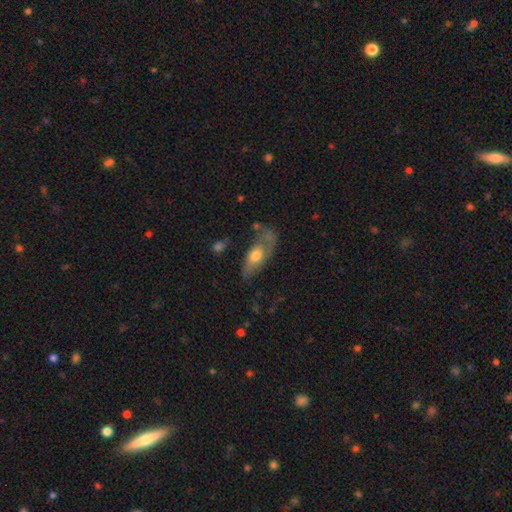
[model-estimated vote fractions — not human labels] Smooth or featured: smooth — 51% (featured or disk — 43%)
How rounded: in between — 78% (cigar-shaped — 17%)
Merging: none — 44% (minor disturbance — 27%)